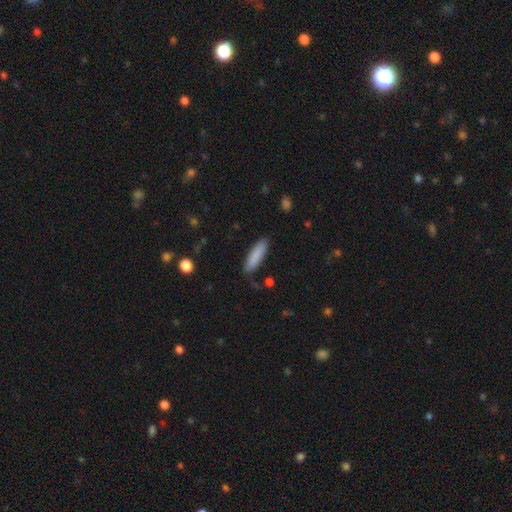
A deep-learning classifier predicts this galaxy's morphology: Smooth or featured?
  - smooth: 87% *
  - featured or disk: 8%
  - star or artifact: 6%
How rounded?
  - cigar-shaped: 70% *
  - in between: 29%
  - round: 1%
Merging?
  - none: 86% *
  - minor disturbance: 10%
  - major disturbance: 2%
  - merger: 1%